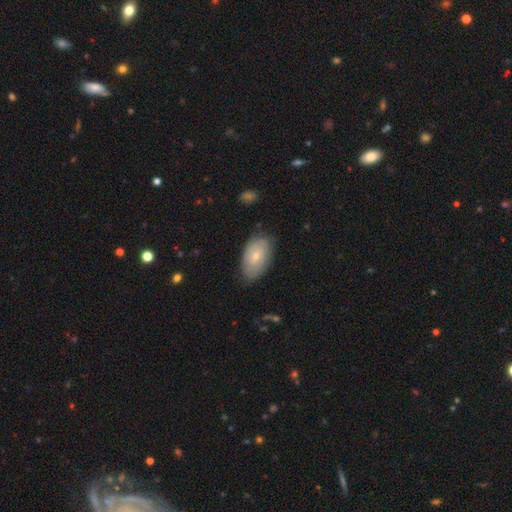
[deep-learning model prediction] Smooth or featured? Predicted: smooth (p=0.53). How rounded? Predicted: in between (p=0.93). Merging? Predicted: none (p=0.76).